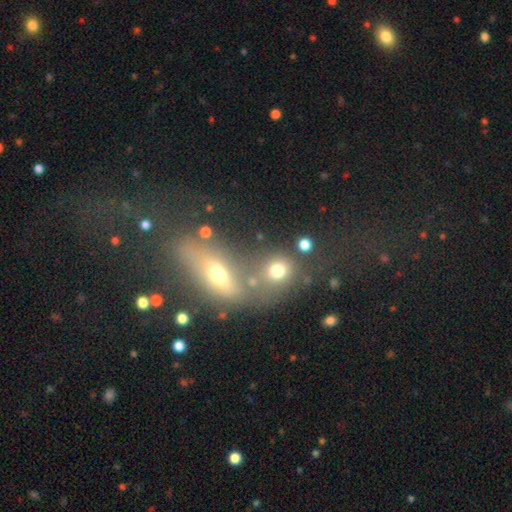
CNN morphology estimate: Smooth or featured? smooth (41%, tied with featured or disk)
Merging? merger (61%)